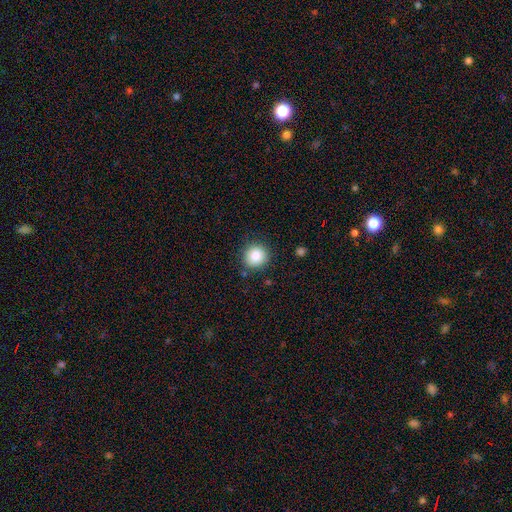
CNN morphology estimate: smooth 84%, star or artifact 10%, featured or disk 6%. Down the decision tree: how rounded — round (91%); merging — none (87%).